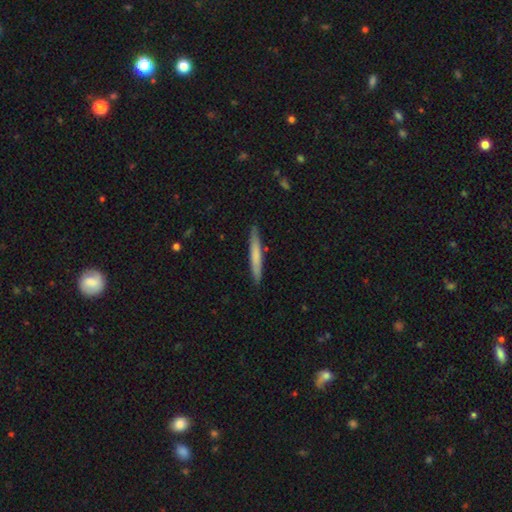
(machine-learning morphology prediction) smooth_or_featured: smooth (p=0.68) [alt: featured or disk p=0.27]
how_rounded: cigar-shaped (p=0.96) [alt: in between p=0.03]
merging: none (p=0.88) [alt: minor disturbance p=0.09]